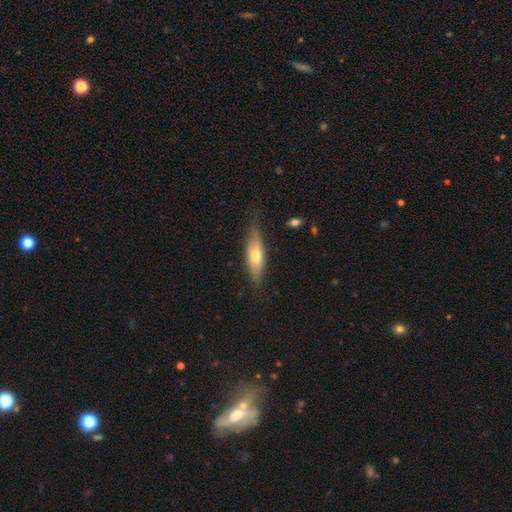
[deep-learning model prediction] A smooth galaxy with no disk features (50%) that is cigar-shaped (53%). Merging: none (72%).